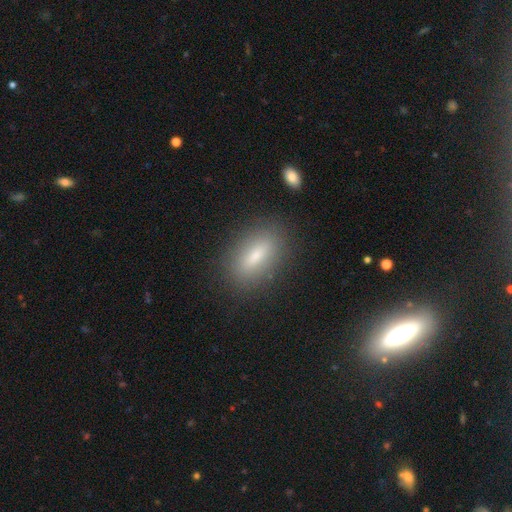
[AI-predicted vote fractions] smooth 71%, featured or disk 20%, star or artifact 9%. Down the decision tree: how rounded — in between (70%); merging — none (84%).